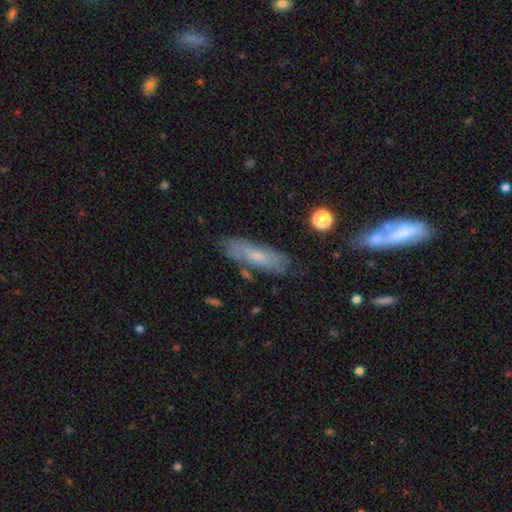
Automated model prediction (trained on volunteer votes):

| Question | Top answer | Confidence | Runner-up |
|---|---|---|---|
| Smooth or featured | smooth | 58% | featured or disk (35%) |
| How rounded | cigar-shaped | 50% | in between (48%) |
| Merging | none | 67% | minor disturbance (22%) |